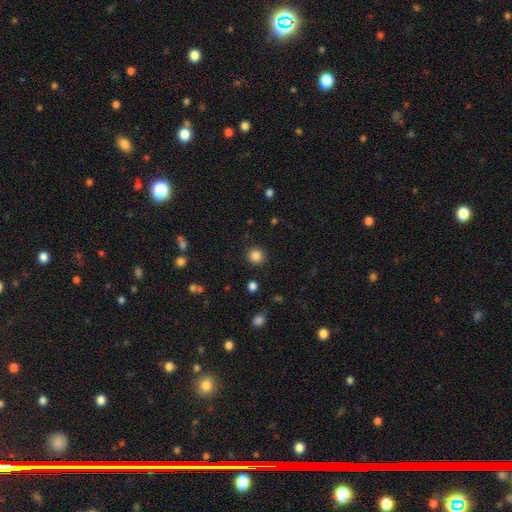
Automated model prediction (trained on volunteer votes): Smooth or featured? Predicted: smooth (p=0.85). How rounded? Predicted: round (p=0.92). Merging? Predicted: none (p=0.91).